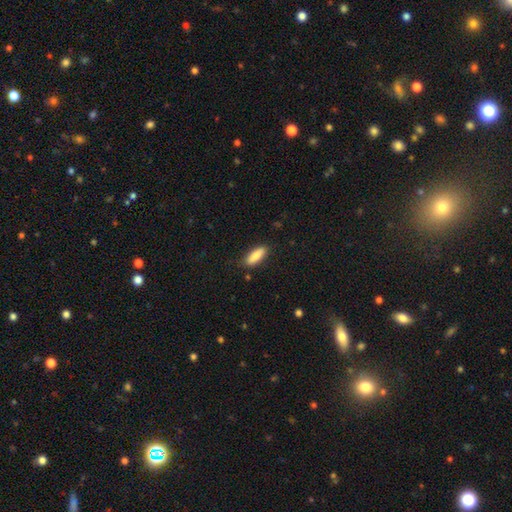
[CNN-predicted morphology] Overall: smooth (84%). How rounded: in between (61%; cigar-shaped 37%). Merging: none (83%).